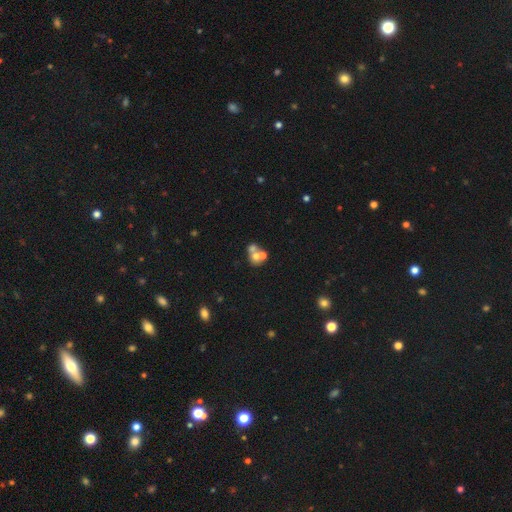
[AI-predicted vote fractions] Smooth or featured: smooth — 51% (featured or disk — 34%)
How rounded: round — 65% (in between — 34%)
Merging: merger — 56% (none — 30%)